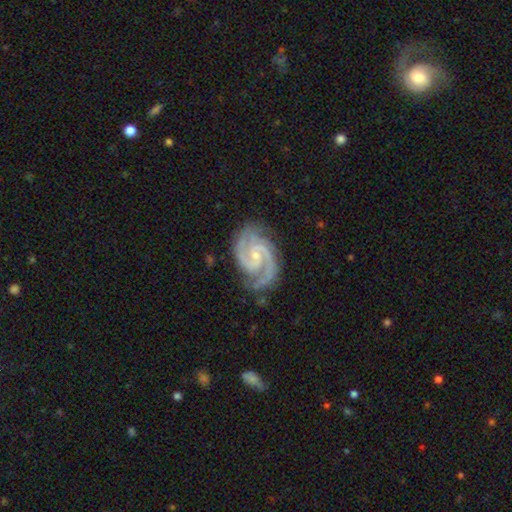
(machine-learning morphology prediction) smooth-or-featured: featured or disk: 94% | star or artifact: 4% | smooth: 2%
  disk-edge-on: no: 98% | yes: 2%
    bar: no: 48% | weak: 41% | strong: 12%
    has-spiral-arms: yes: 99% | no: 1%
      spiral-winding: medium: 51% | tight: 43% | loose: 6%
      spiral-arm-count: 2: 82% | 3: 11% | can't tell: 2% | 4: 2% | 1: 2% | more than 4: 2%
    bulge-size: small: 74% | moderate: 20% | none: 5% | large: 1% | dominant: 1%
  merging: none: 77% | minor disturbance: 17% | major disturbance: 4% | merger: 1%